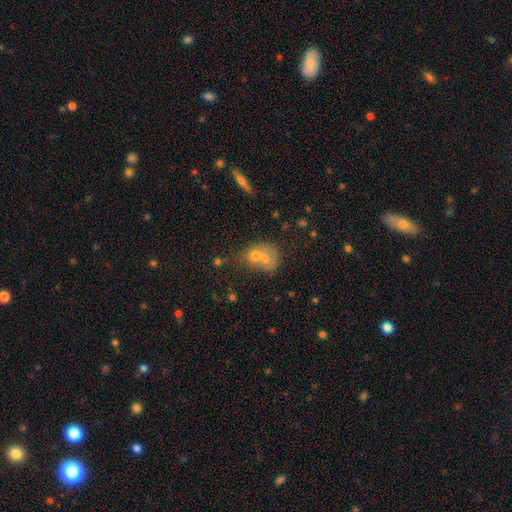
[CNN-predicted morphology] This is possibly a smooth galaxy (56%). How rounded: likely round (64%). Merging: likely merger (61%).